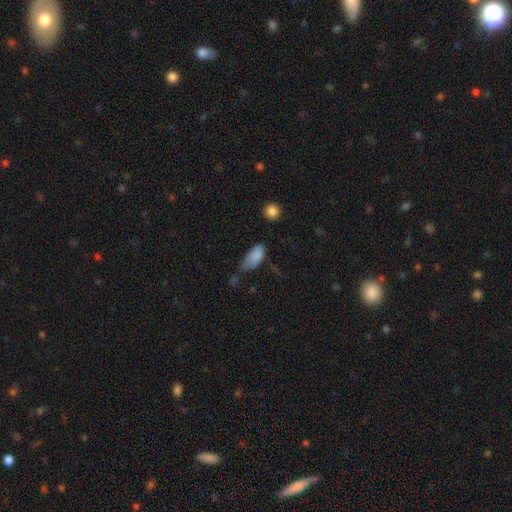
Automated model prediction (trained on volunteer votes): Smooth or featured: smooth — 82% (featured or disk — 9%)
How rounded: in between — 88% (cigar-shaped — 8%)
Merging: minor disturbance — 45% (none — 31%)